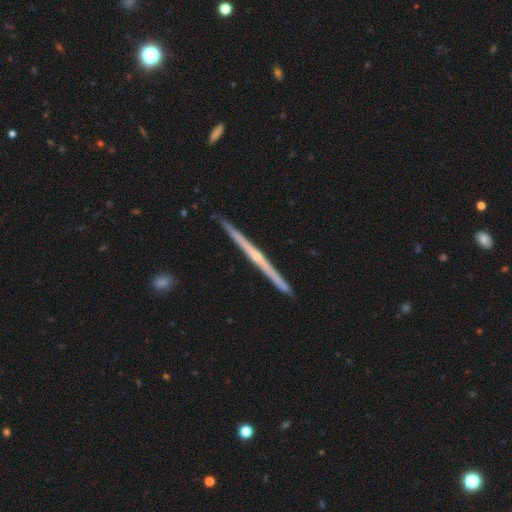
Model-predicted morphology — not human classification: Smooth or featured? featured or disk (81%)
Edge-on disk? yes (99%)
Edge-on bulge? rounded (62%)
Merging? none (91%)